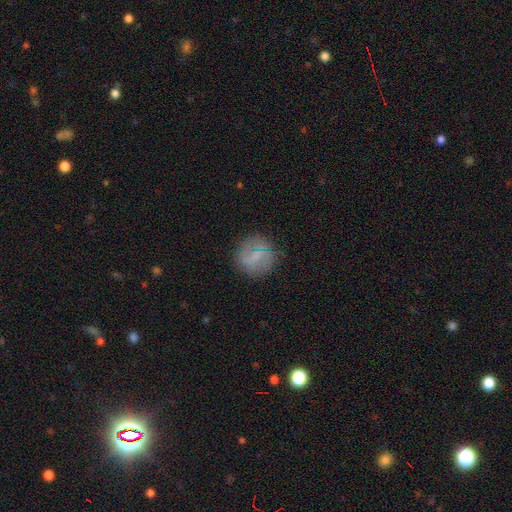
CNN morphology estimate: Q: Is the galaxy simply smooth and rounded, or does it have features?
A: featured or disk — 49%.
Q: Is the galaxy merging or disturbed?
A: none — 81%.